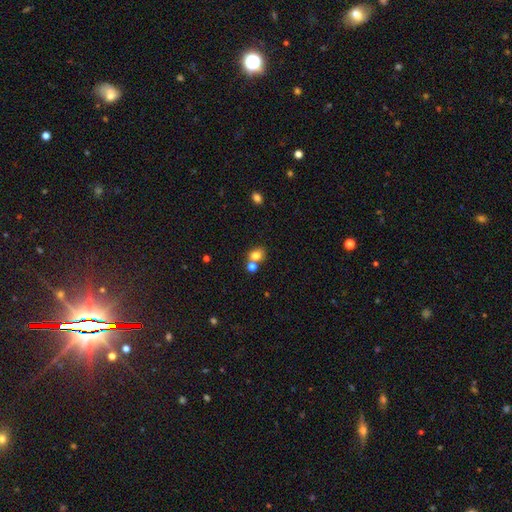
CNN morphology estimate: This is likely a smooth galaxy (77%). How rounded: likely round (66%). Merging: possibly none (56%).